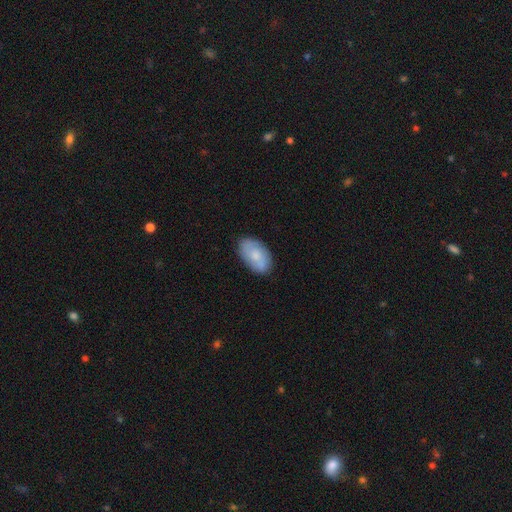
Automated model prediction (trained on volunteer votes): The model was most divided on "smooth or featured": smooth: 62%, featured or disk: 32%, star or artifact: 6%. More confident: how rounded — in between (93%); merging — none (78%).